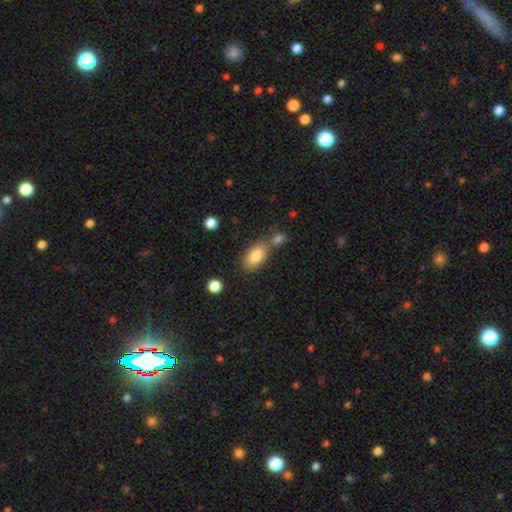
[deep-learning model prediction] Morphology: type=smooth (82%); roundness=in between (92%); merging=none (60%).